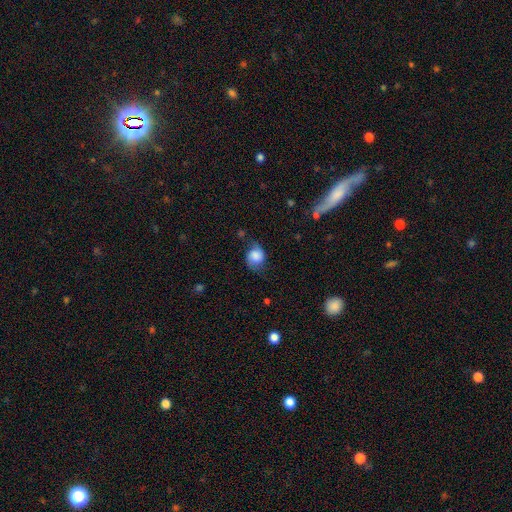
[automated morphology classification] smooth-or-featured: smooth: 67% | featured or disk: 24% | star or artifact: 9%
  how-rounded: round: 65% | in between: 34% | cigar-shaped: 1%
  merging: none: 53% | minor disturbance: 32% | major disturbance: 13% | merger: 2%